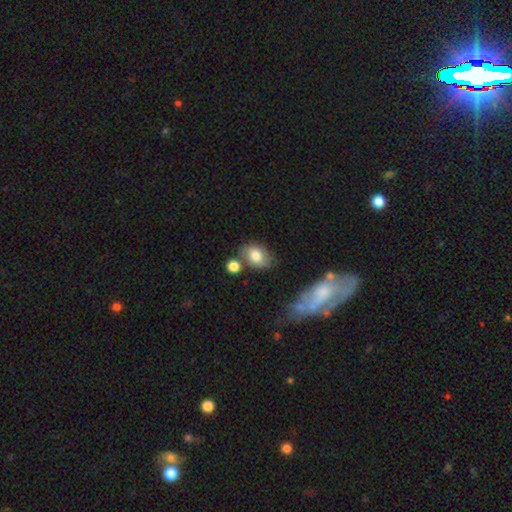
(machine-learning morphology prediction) A smooth galaxy with no disk features (71%) that is in between round and cigar-shaped (73%). Merging: none (57%).